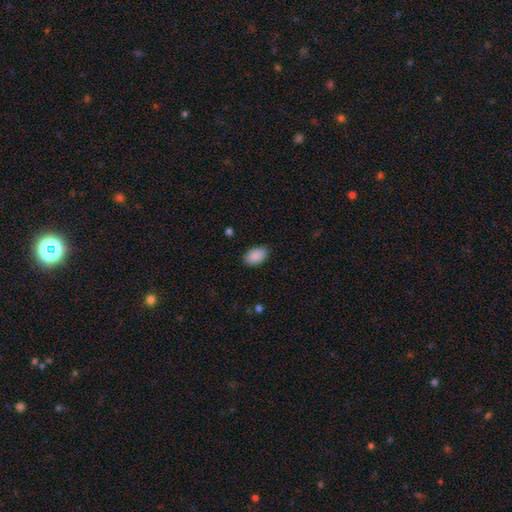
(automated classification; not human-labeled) The model was most divided on "merging": none: 84%, minor disturbance: 12%, major disturbance: 2%, merger: 1%. More confident: how rounded — in between (91%); smooth or featured — smooth (90%).